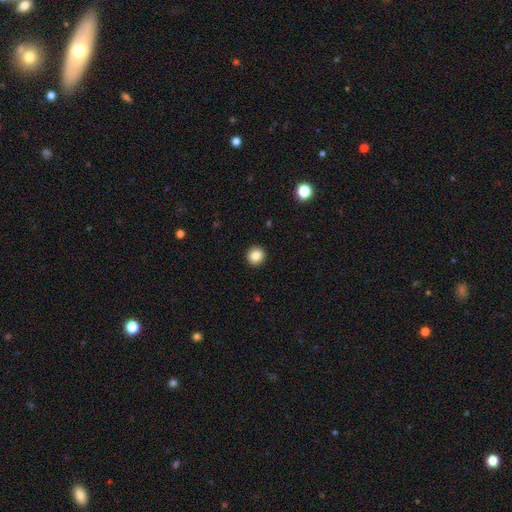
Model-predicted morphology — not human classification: Overall: smooth (85%). How rounded: round (91%). Merging: none (92%).